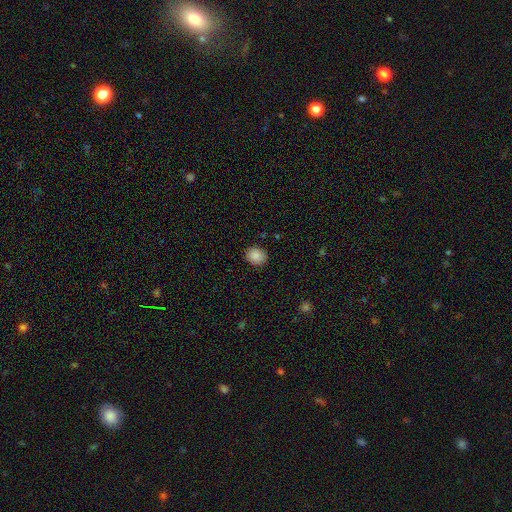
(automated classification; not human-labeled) Smooth or featured? Predicted: smooth (p=0.88). How rounded? Predicted: round (p=0.69). Merging? Predicted: none (p=0.87).